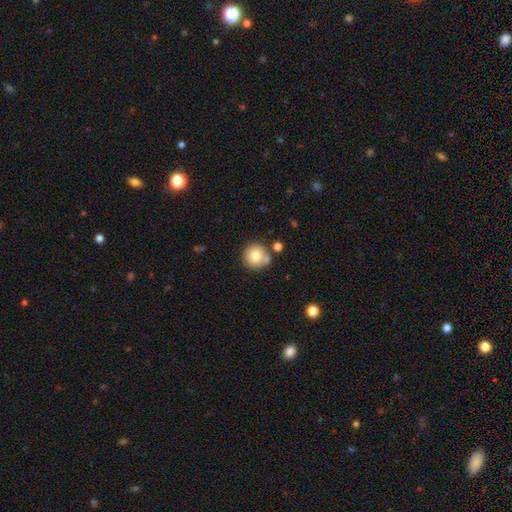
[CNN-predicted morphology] smooth_or_featured: smooth (p=0.78) [alt: featured or disk p=0.12]
how_rounded: round (p=0.94) [alt: in between p=0.05]
merging: none (p=0.69) [alt: merger p=0.17]